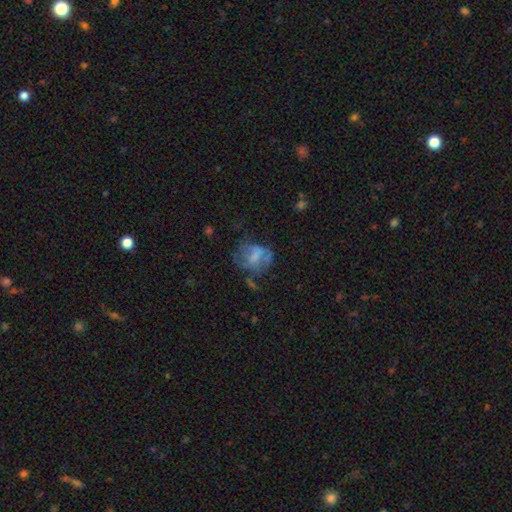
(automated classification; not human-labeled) Overall: featured or disk (45%; smooth 42%). Merging: none (37%; major disturbance 35%).